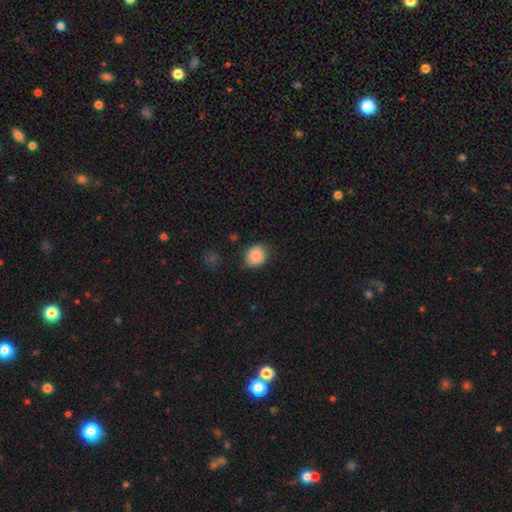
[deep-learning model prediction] Overall: smooth (84%). How rounded: round (71%). Merging: none (79%).